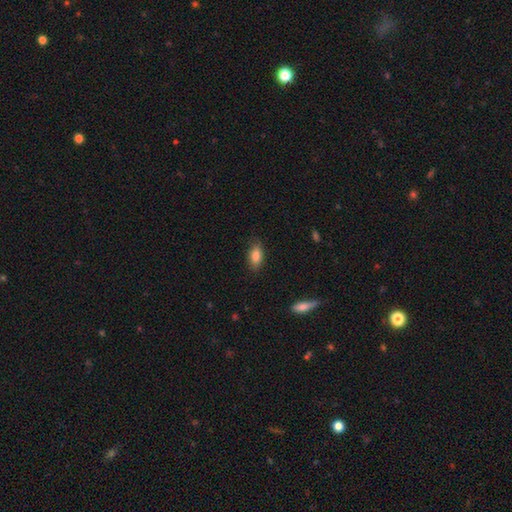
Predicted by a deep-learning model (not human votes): smooth_or_featured: smooth (p=0.83) [alt: featured or disk p=0.09]
how_rounded: in between (p=0.87) [alt: cigar-shaped p=0.09]
merging: none (p=0.82) [alt: minor disturbance p=0.14]